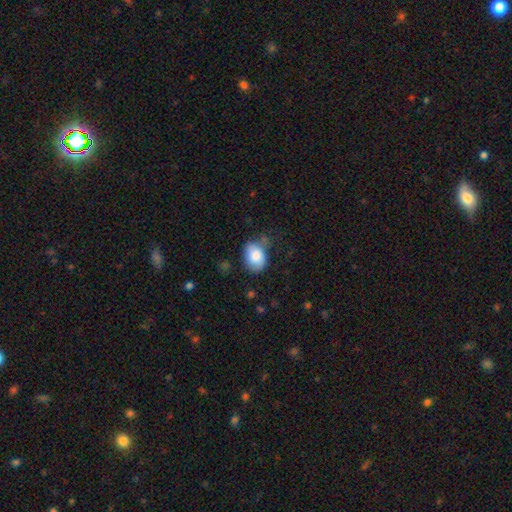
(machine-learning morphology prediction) A smooth galaxy with no disk features (82%) that is in between round and cigar-shaped (69%).

Vote fractions:
- Smooth or featured? smooth: 82% / featured or disk: 11% / star or artifact: 7%
- How rounded? in between: 69% / round: 30% / cigar-shaped: 1%
- Merging? none: 56% / minor disturbance: 31% / major disturbance: 10% / merger: 3%